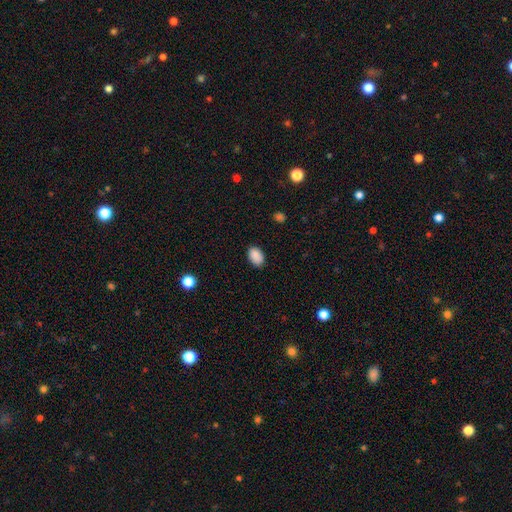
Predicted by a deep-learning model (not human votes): A smooth galaxy with no disk features (89%) that is in between round and cigar-shaped (87%). Merging: none (85%).